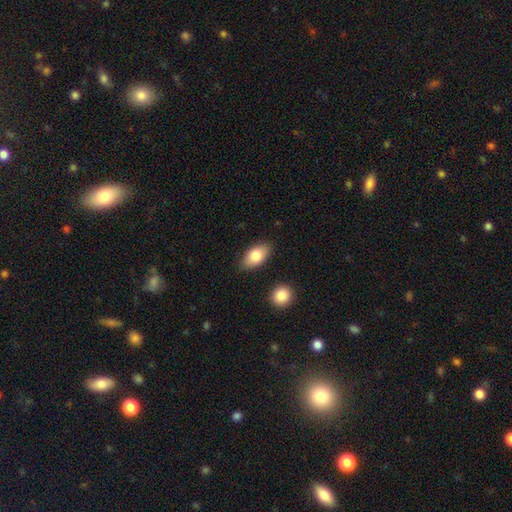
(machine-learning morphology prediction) Overall: smooth (81%). How rounded: in between (91%). Merging: none (83%).